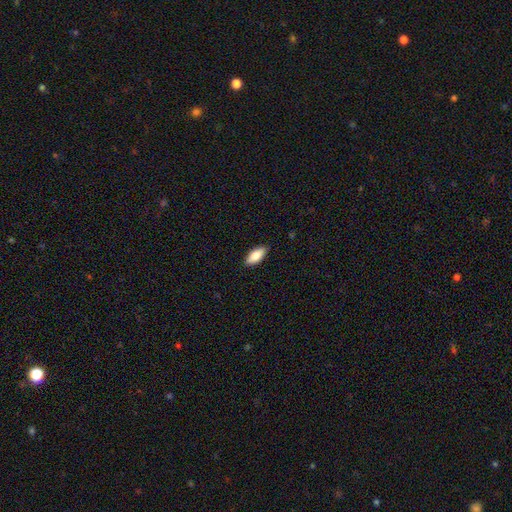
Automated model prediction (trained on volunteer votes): Smooth or featured? smooth (82%)
How rounded? in between (83%)
Merging? none (88%)